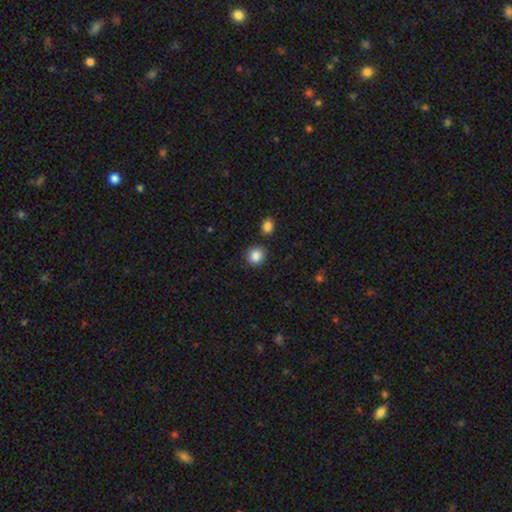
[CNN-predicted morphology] Q: Smooth or featured?
A: smooth (87%); runner-up: star or artifact (9%)
Q: How rounded?
A: round (86%); runner-up: in between (13%)
Q: Merging?
A: none (83%); runner-up: minor disturbance (9%)